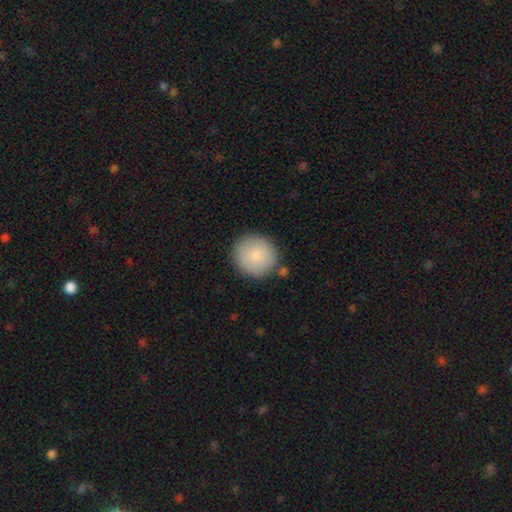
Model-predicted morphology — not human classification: type=smooth (85%); roundness=round (94%); merging=none (84%).